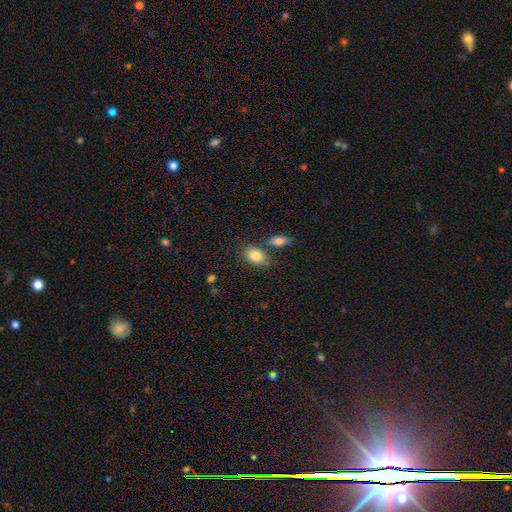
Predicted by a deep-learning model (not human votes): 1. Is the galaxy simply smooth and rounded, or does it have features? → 84% smooth, 9% featured or disk, 7% star or artifact.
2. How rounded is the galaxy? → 81% in between, 17% round, 2% cigar-shaped.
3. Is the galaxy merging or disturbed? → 66% none, 15% merger, 15% minor disturbance, 4% major disturbance.